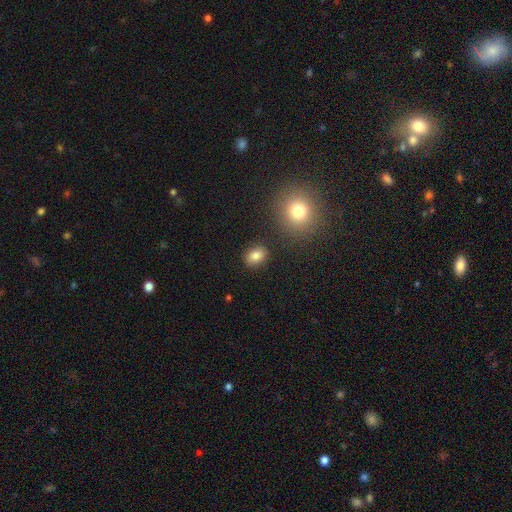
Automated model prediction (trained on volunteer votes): Morphology: type=smooth (83%); roundness=in between (61%); merging=none (85%).